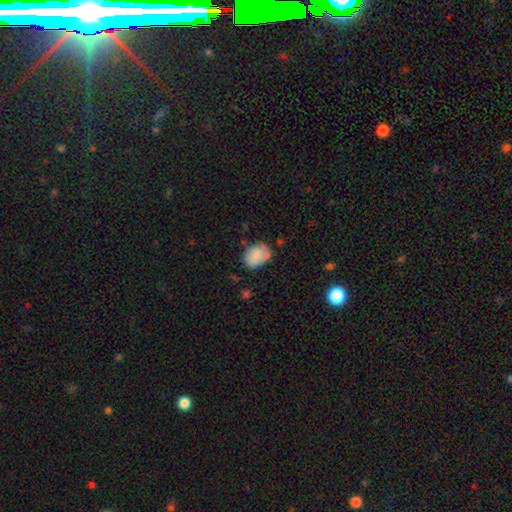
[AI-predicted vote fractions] This is clearly a smooth galaxy (80%). How rounded: likely in between (72%). Merging: possibly none (58%).